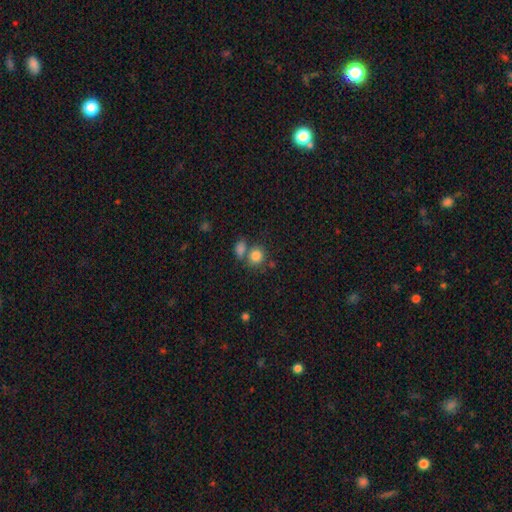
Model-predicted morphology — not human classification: The model was most divided on "merging": none: 54%, merger: 31%, minor disturbance: 10%, major disturbance: 4%. More confident: smooth or featured — smooth (82%); how rounded — round (74%).